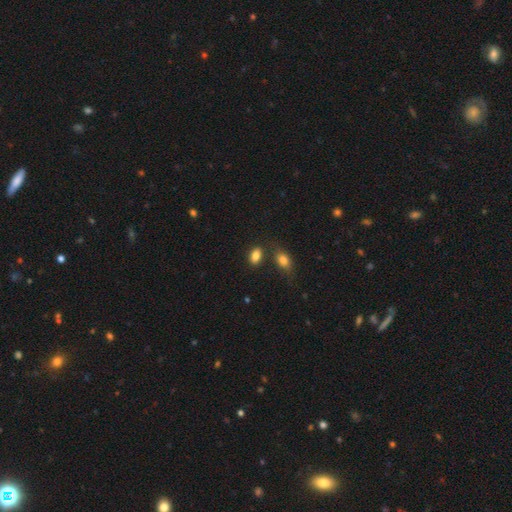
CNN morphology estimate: Smooth or featured? Predicted: smooth (p=0.85). How rounded? Predicted: in between (p=0.87). Merging? Predicted: none (p=0.70).